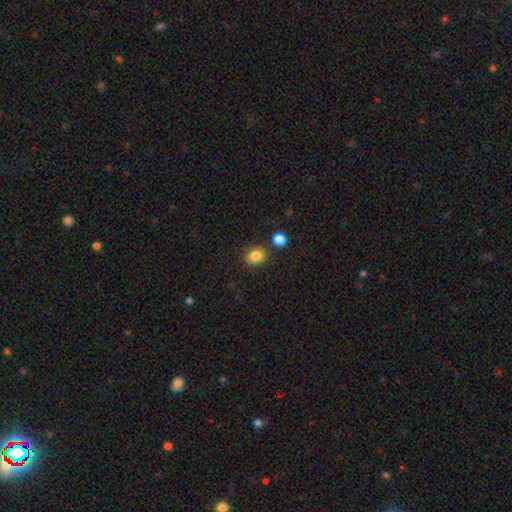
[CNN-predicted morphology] Q: Smooth or featured?
A: smooth (84%); runner-up: star or artifact (11%)
Q: How rounded?
A: round (62%); runner-up: in between (37%)
Q: Merging?
A: none (78%); runner-up: minor disturbance (11%)